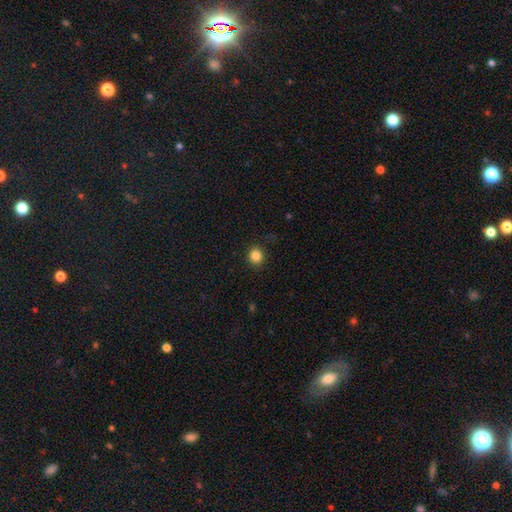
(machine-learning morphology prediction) A smooth galaxy with no disk features (85%) that is round (88%). Merging: none (89%).